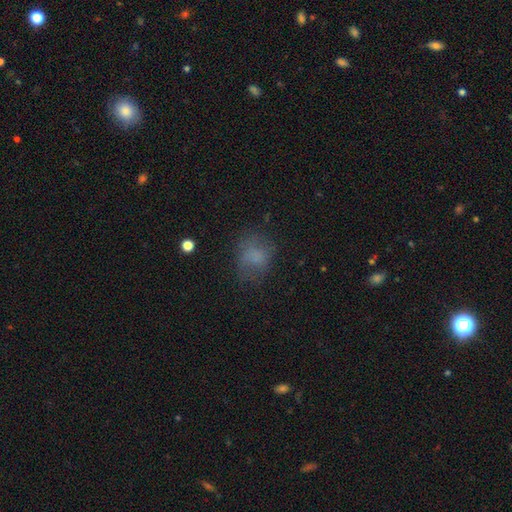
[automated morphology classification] A smooth galaxy with no disk features (67%) that is round (51%). Merging: none (59%).